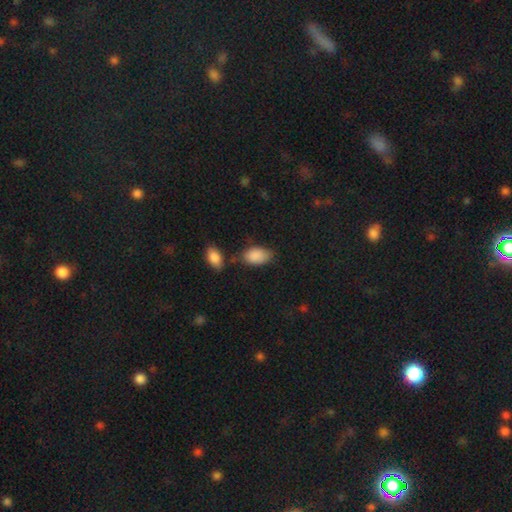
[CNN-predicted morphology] type=smooth (89%); roundness=in between (94%); merging=none (64%).